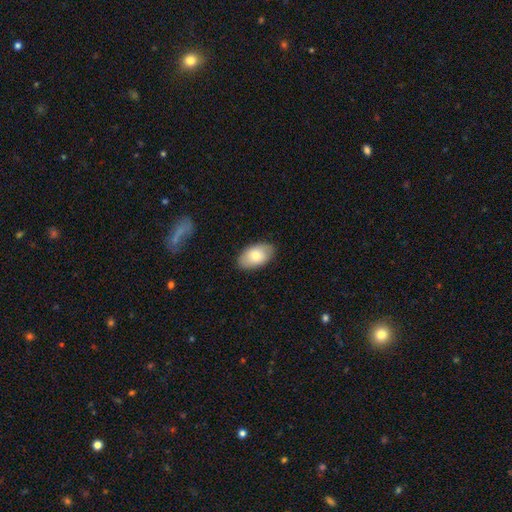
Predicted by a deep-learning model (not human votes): smooth_or_featured: smooth (p=0.78) [alt: featured or disk p=0.16]
how_rounded: in between (p=0.94) [alt: round p=0.05]
merging: none (p=0.85) [alt: minor disturbance p=0.11]